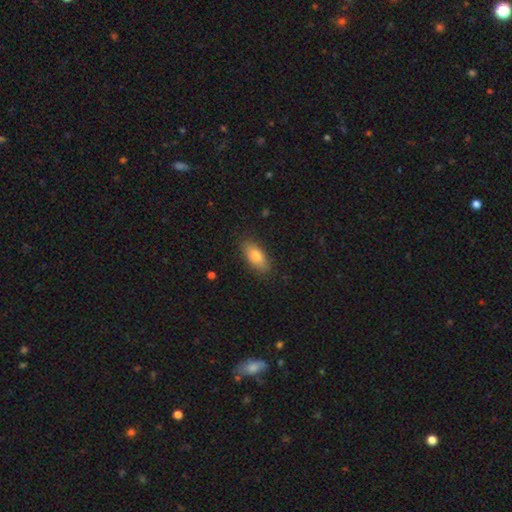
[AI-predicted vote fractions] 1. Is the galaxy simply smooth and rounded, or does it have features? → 78% smooth, 15% featured or disk, 7% star or artifact.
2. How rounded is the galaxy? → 84% in between, 12% cigar-shaped, 3% round.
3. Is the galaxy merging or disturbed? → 85% none, 11% minor disturbance, 2% major disturbance, 1% merger.